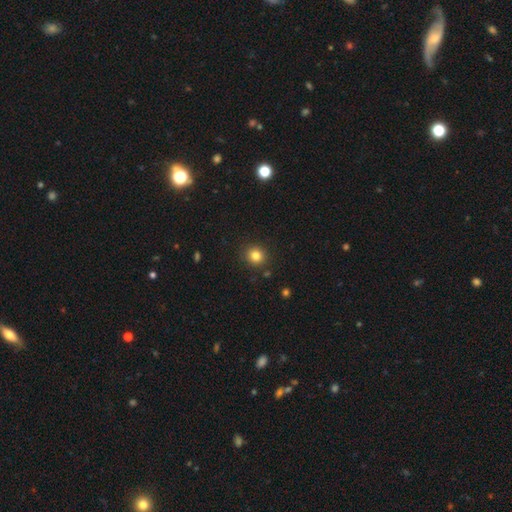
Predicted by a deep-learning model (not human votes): Morphology: type=smooth (82%); roundness=round (88%); merging=none (88%).